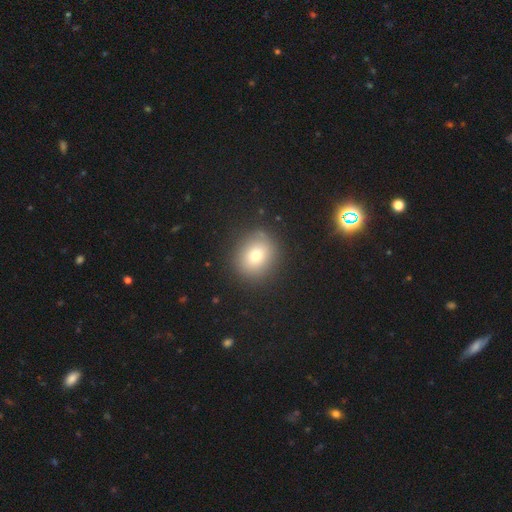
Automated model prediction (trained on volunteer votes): smooth 73%, star or artifact 14%, featured or disk 13%. Down the decision tree: how rounded — round (76%); merging — none (87%).